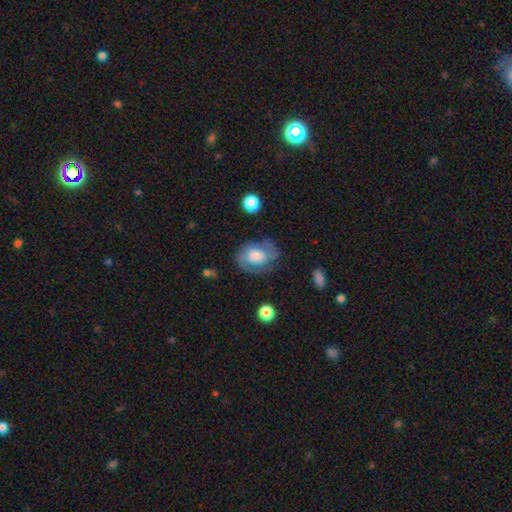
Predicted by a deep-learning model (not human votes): smooth_or_featured: featured or disk (p=0.57) [alt: smooth p=0.35]
disk_edge_on: no (p=0.97) [alt: yes p=0.03]
bar: no (p=0.76) [alt: weak p=0.21]
has_spiral_arms: yes (p=0.74) [alt: no p=0.26]
bulge_size: large (p=0.49) [alt: moderate p=0.22]
merging: none (p=0.67) [alt: minor disturbance p=0.20]